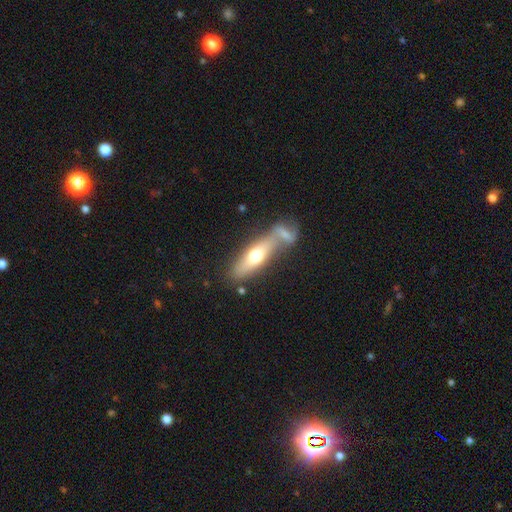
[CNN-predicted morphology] Smooth or featured? Predicted: smooth (p=0.56). How rounded? Predicted: cigar-shaped (p=0.51). Merging? Predicted: none (p=0.47).